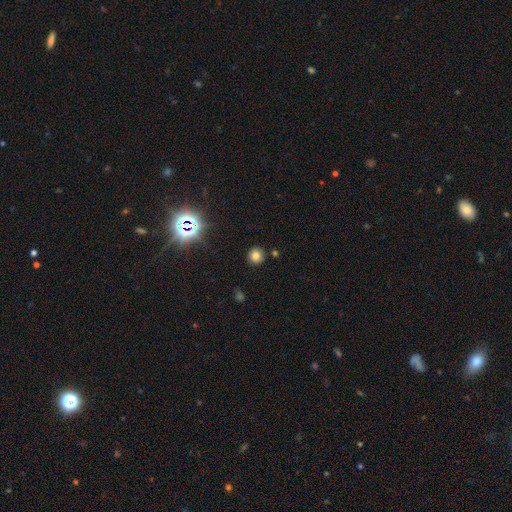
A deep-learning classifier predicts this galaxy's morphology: The model was most divided on "smooth or featured": smooth: 74%, star or artifact: 18%, featured or disk: 9%. More confident: how rounded — round (92%); merging — none (88%).